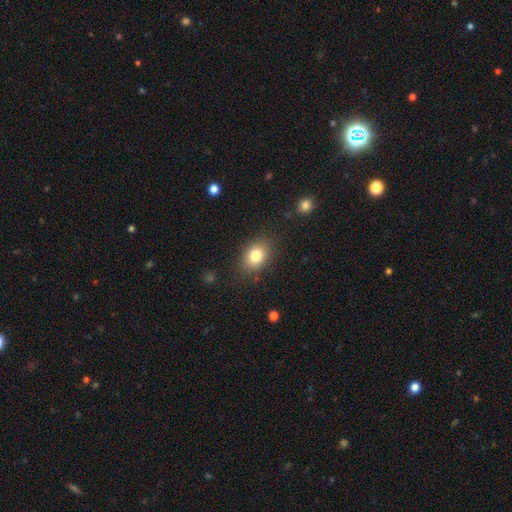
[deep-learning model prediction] smooth 80%, featured or disk 10%, star or artifact 10%. Down the decision tree: how rounded — in between (72%); merging — none (83%).